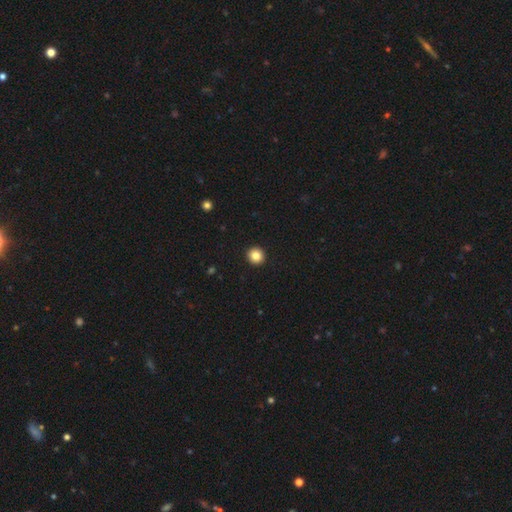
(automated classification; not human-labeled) Q: Smooth or featured?
A: smooth (84%); runner-up: star or artifact (10%)
Q: How rounded?
A: round (94%); runner-up: in between (5%)
Q: Merging?
A: none (94%); runner-up: minor disturbance (4%)